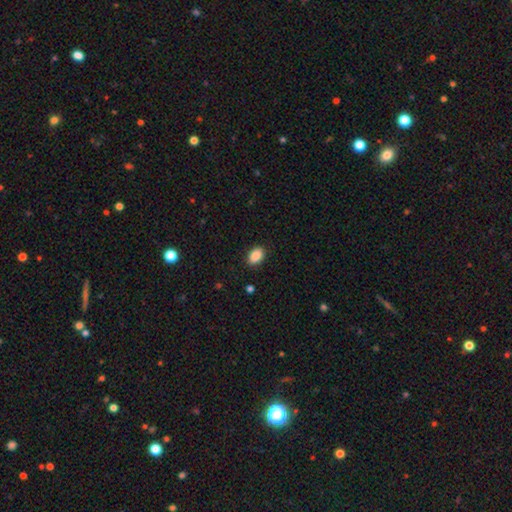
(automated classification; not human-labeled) A smooth galaxy with no disk features (89%) that is in between round and cigar-shaped (86%). Merging: none (88%).